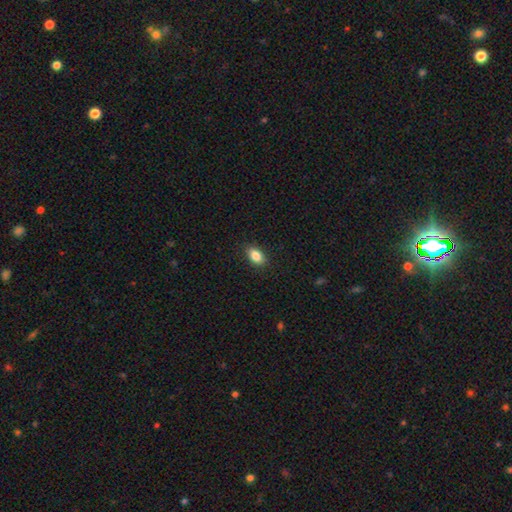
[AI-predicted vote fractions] smooth-or-featured: smooth: 86% | star or artifact: 8% | featured or disk: 6%
  how-rounded: in between: 88% | round: 10% | cigar-shaped: 2%
  merging: none: 88% | minor disturbance: 9% | major disturbance: 2% | merger: 1%